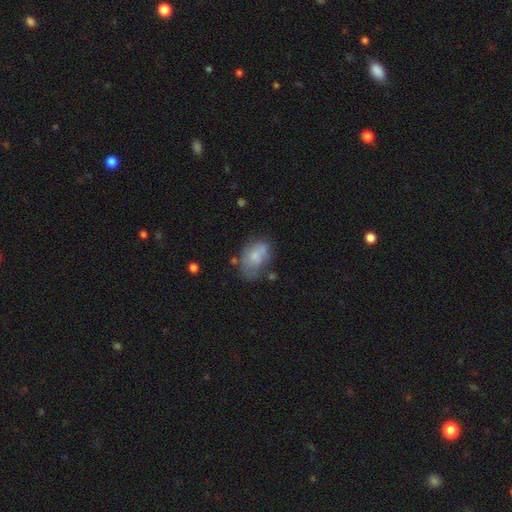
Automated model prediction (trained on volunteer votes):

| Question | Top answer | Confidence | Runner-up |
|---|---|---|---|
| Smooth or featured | smooth | 65% | featured or disk (27%) |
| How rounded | in between | 85% | round (13%) |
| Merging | none | 41% | minor disturbance (30%) |